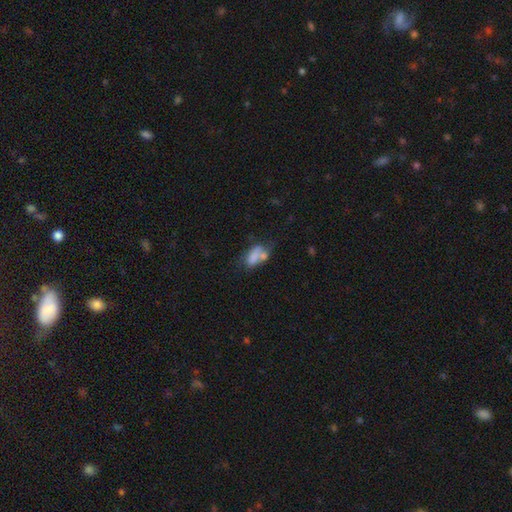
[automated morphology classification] Smooth or featured? Predicted: smooth (p=0.71). How rounded? Predicted: in between (p=0.82). Merging? Predicted: merger (p=0.38).